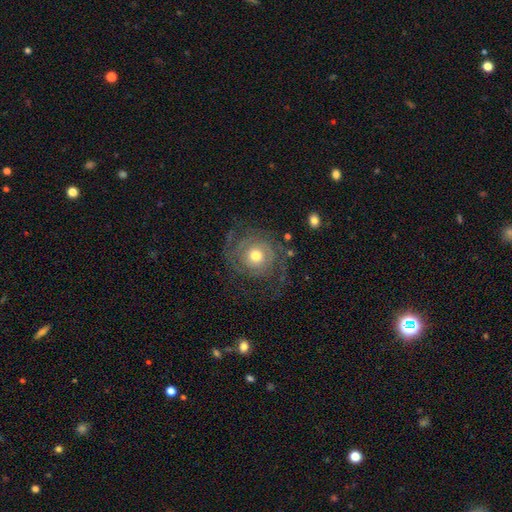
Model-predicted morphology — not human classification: Q: Smooth or featured?
A: featured or disk (74%); runner-up: smooth (18%)
Q: Edge-on disk?
A: no (97%); runner-up: yes (3%)
Q: Bar?
A: no (82%); runner-up: weak (14%)
Q: Spiral arms?
A: yes (86%); runner-up: no (14%)
Q: Spiral winding?
A: tight (60%); runner-up: medium (27%)
Q: Spiral arm count?
A: can't tell (35%); runner-up: 2 (31%)
Q: Bulge size?
A: moderate (68%); runner-up: small (20%)
Q: Merging?
A: none (65%); runner-up: major disturbance (17%)